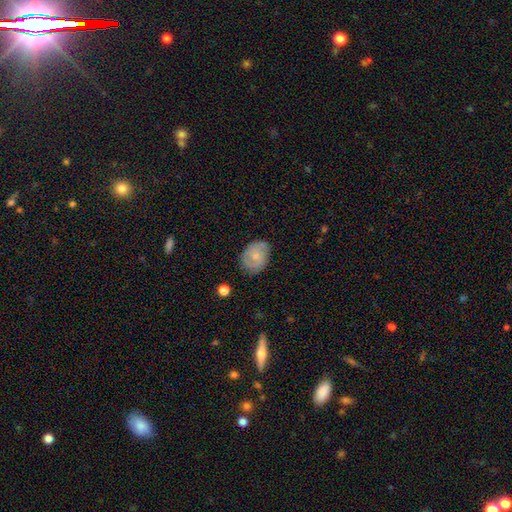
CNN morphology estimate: This is possibly a smooth galaxy (53%). How rounded: possibly in between (59%). Merging: likely none (74%).